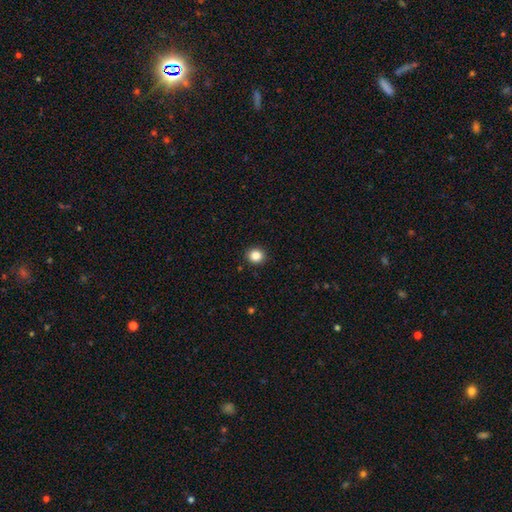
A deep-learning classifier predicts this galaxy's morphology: smooth-or-featured: smooth: 85% | star or artifact: 11% | featured or disk: 4%
  how-rounded: round: 86% | in between: 14% | cigar-shaped: 1%
  merging: none: 92% | minor disturbance: 5% | major disturbance: 2% | merger: 1%